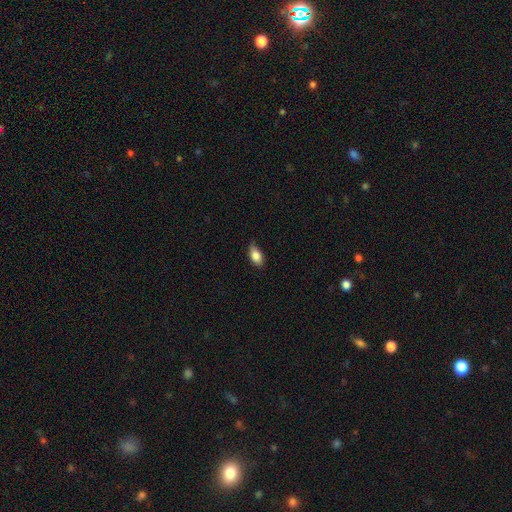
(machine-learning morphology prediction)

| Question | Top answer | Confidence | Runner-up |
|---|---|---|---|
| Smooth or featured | smooth | 84% | featured or disk (9%) |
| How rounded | in between | 90% | round (5%) |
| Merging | none | 71% | minor disturbance (24%) |